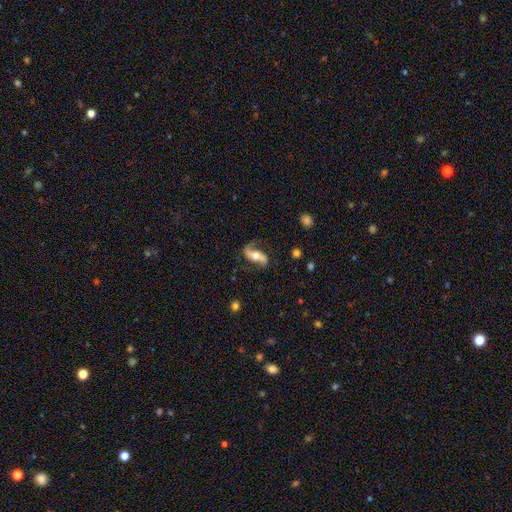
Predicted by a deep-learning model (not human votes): Smooth or featured: featured or disk — 82% (smooth — 12%)
Edge-on disk: no — 92% (yes — 8%)
Bar: no — 40% (strong — 33%)
Spiral arms: yes — 95% (no — 5%)
Spiral winding: loose — 65% (medium — 26%)
Spiral arm count: 2 — 90% (1 — 5%)
Bulge size: moderate — 67% (small — 16%)
Merging: none — 73% (minor disturbance — 16%)